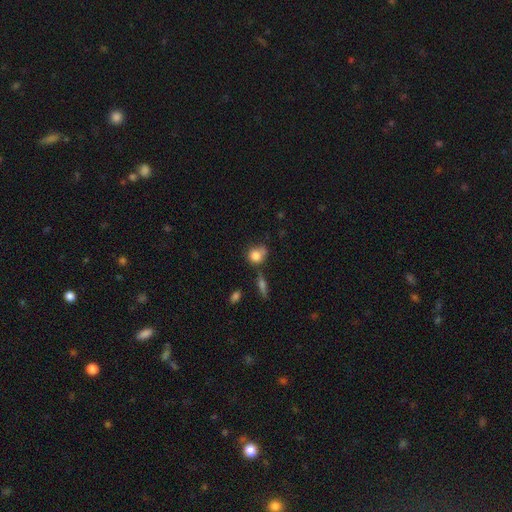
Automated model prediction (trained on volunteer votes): The model was most divided on "merging": none: 48%, minor disturbance: 24%, merger: 19%, major disturbance: 10%. More confident: smooth or featured — smooth (79%); how rounded — round (72%).